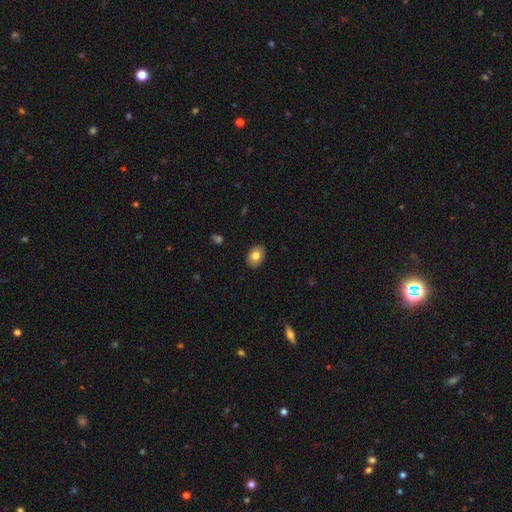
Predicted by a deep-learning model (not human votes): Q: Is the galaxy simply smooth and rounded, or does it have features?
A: smooth — 81%.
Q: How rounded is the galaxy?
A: in between — 72%.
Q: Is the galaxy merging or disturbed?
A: none — 90%.